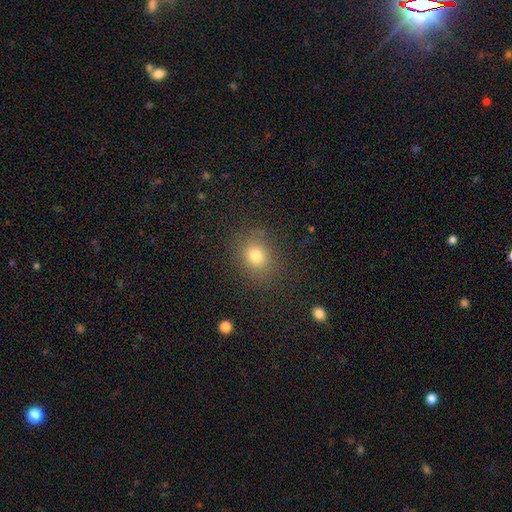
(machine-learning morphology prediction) Smooth or featured? Predicted: smooth (p=0.76). How rounded? Predicted: round (p=0.63). Merging? Predicted: none (p=0.83).